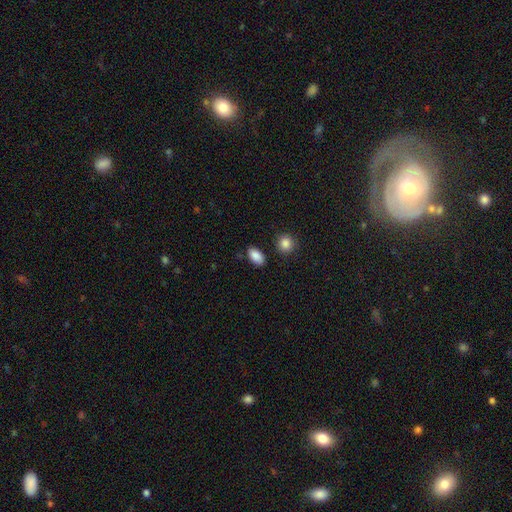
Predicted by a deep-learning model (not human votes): Smooth or featured?
  - smooth: 88% *
  - star or artifact: 8%
  - featured or disk: 4%
How rounded?
  - in between: 91% *
  - round: 7%
  - cigar-shaped: 2%
Merging?
  - none: 83% *
  - minor disturbance: 11%
  - merger: 3%
  - major disturbance: 3%